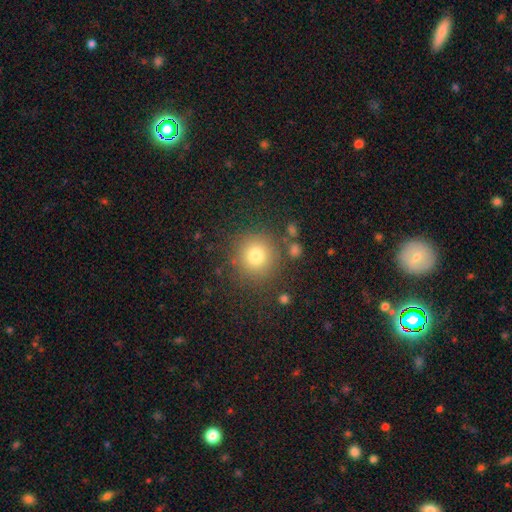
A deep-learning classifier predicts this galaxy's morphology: type=smooth (77%); roundness=round (93%); merging=none (84%).